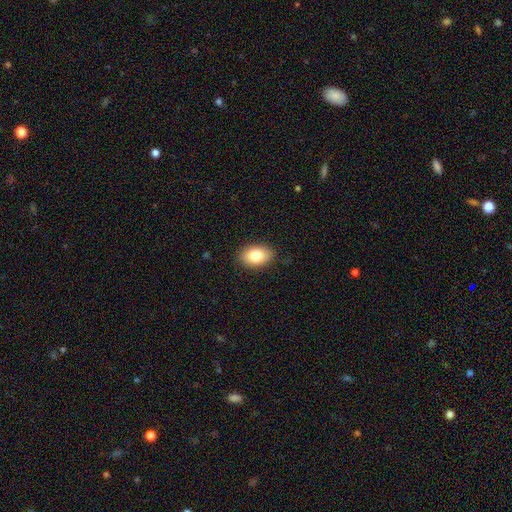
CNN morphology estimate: This is clearly a smooth galaxy (82%). How rounded: clearly in between (87%). Merging: clearly none (86%).